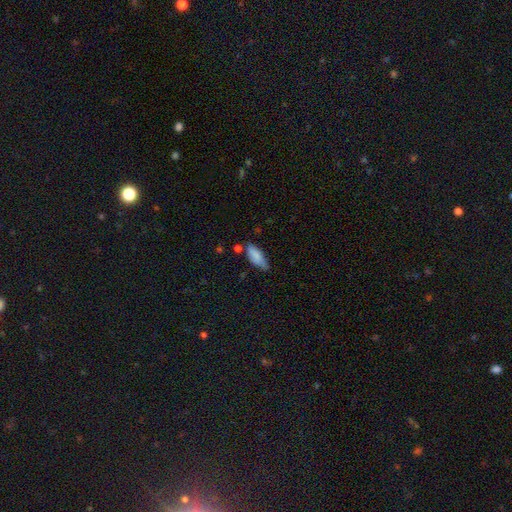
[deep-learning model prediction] Smooth or featured? smooth (82%)
How rounded? in between (72%)
Merging? none (52%)